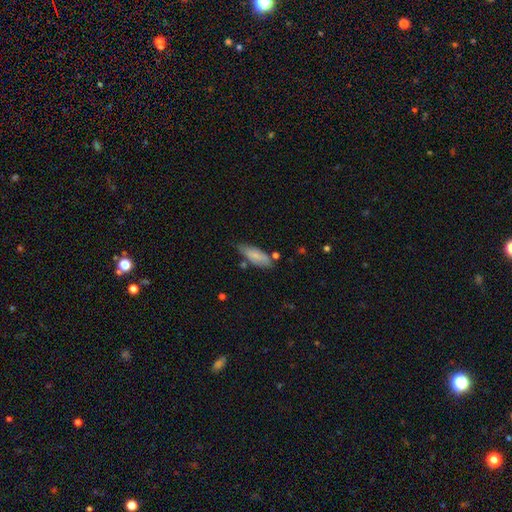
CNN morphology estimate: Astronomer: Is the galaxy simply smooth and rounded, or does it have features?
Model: smooth — 75%.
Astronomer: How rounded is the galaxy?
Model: in between — 70%.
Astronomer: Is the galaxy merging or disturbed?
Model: none — 60%.